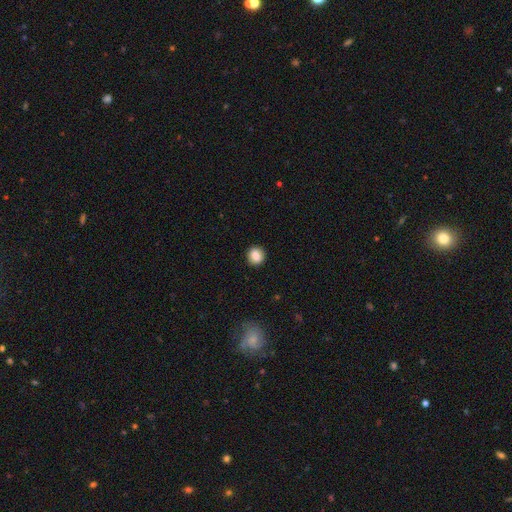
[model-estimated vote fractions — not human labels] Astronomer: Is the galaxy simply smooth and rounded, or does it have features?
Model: smooth — 84%.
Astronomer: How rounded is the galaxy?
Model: round — 81%.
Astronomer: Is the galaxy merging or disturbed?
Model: none — 89%.